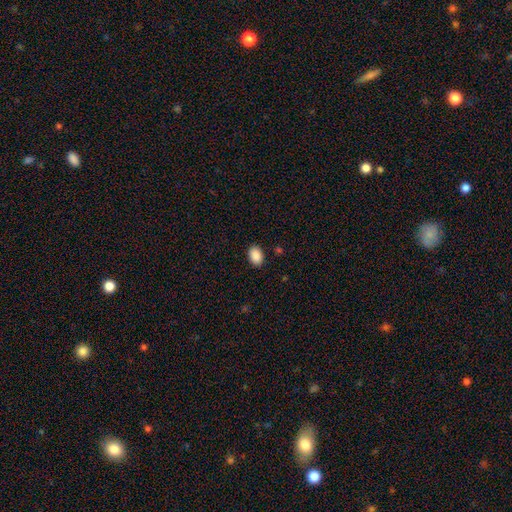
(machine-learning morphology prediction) This appears to be a smooth galaxy with no disk features (90%) that is in between round and cigar-shaped (84%). Merging: none (88%).